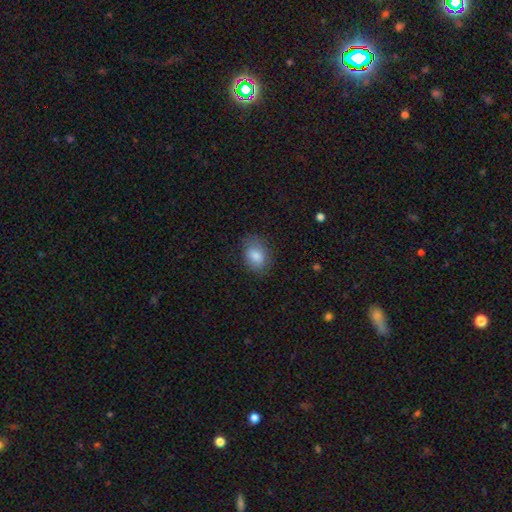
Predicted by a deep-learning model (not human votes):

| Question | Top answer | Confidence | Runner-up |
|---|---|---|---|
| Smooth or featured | smooth | 81% | featured or disk (10%) |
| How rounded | in between | 77% | round (21%) |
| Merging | none | 75% | minor disturbance (18%) |